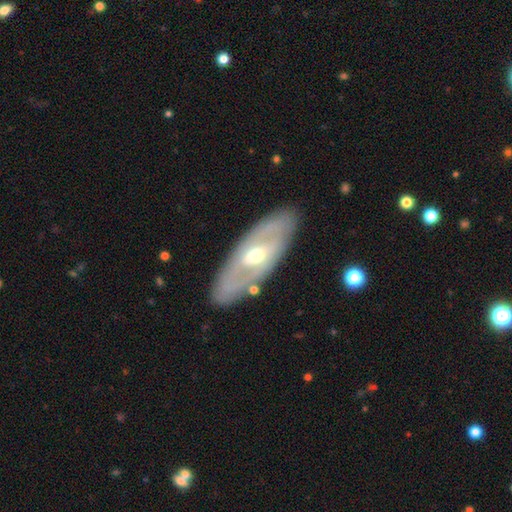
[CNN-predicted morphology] smooth_or_featured: featured or disk (p=0.71) [alt: smooth p=0.24]
disk_edge_on: no (p=0.82) [alt: yes p=0.18]
bar: weak (p=0.39) [tied with: no p=0.39]
has_spiral_arms: no (p=0.53) [alt: yes p=0.47]
bulge_size: moderate (p=0.64) [alt: small p=0.30]
merging: none (p=0.83) [alt: minor disturbance p=0.11]